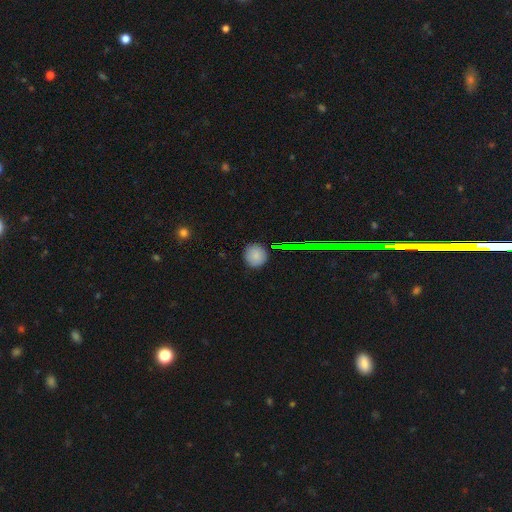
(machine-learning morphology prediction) Q: Smooth or featured?
A: smooth (81%); runner-up: star or artifact (13%)
Q: How rounded?
A: round (90%); runner-up: in between (9%)
Q: Merging?
A: none (87%); runner-up: minor disturbance (9%)